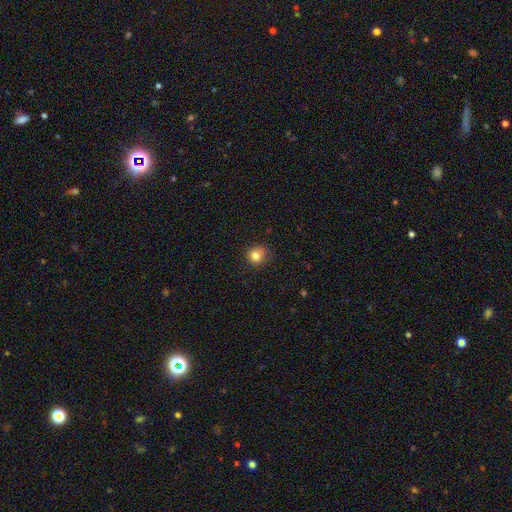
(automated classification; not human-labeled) This appears to be a smooth galaxy with no disk features (81%) that is round (87%). Merging: none (77%).